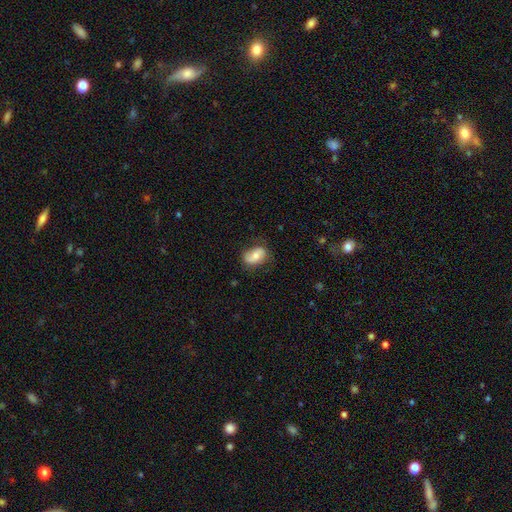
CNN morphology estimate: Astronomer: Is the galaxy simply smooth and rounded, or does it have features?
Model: smooth — 62%.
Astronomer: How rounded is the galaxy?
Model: in between — 85%.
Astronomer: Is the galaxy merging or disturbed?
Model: none — 68%.